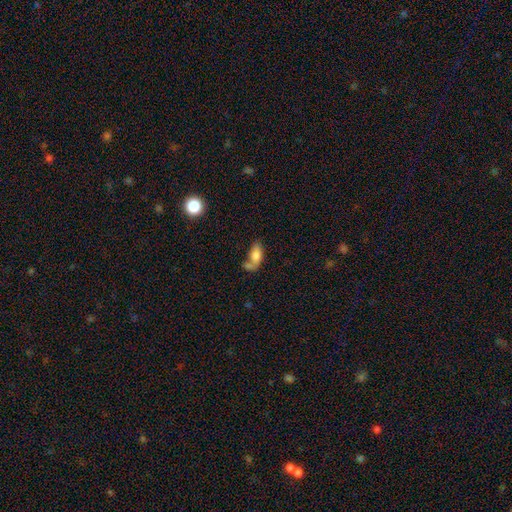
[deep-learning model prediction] Smooth or featured? Predicted: smooth (p=0.74). How rounded? Predicted: in between (p=0.86). Merging? Predicted: merger (p=0.39).